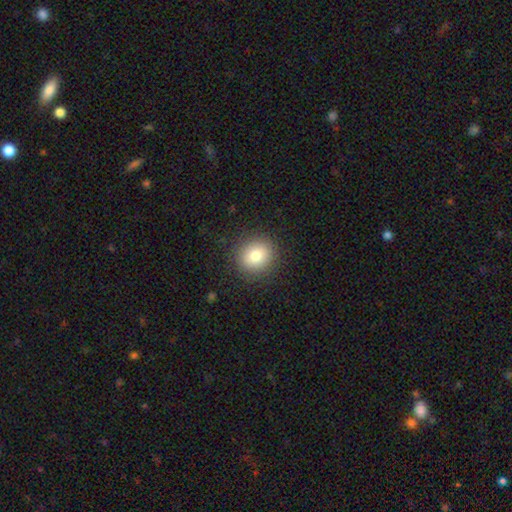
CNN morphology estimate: Smooth or featured: smooth — 80% (star or artifact — 11%)
How rounded: round — 85% (in between — 14%)
Merging: none — 89% (minor disturbance — 7%)